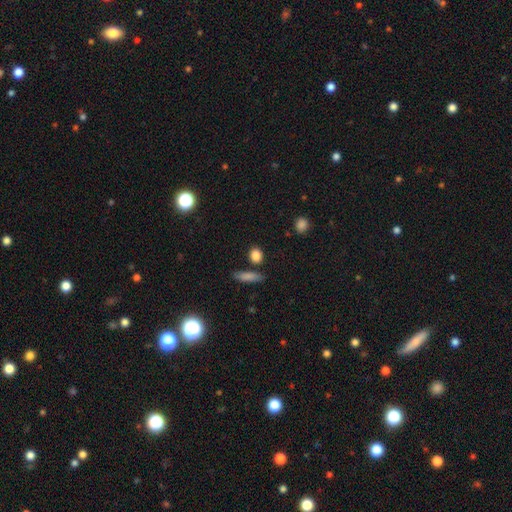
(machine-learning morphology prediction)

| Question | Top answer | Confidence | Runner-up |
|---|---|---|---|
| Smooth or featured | smooth | 86% | star or artifact (9%) |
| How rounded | round | 49% | in between (45%) |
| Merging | none | 80% | minor disturbance (10%) |